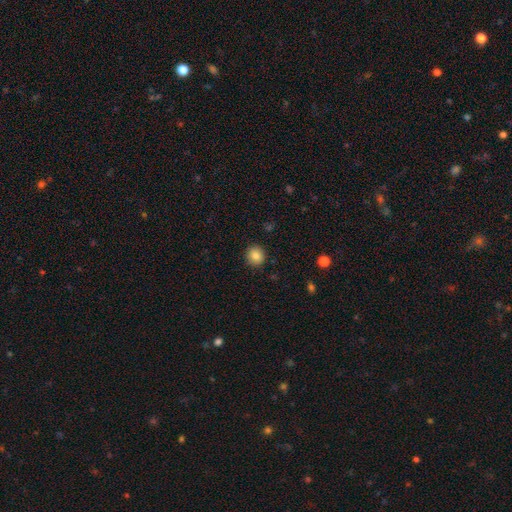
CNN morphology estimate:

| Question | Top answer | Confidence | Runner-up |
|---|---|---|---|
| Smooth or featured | smooth | 84% | star or artifact (10%) |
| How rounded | round | 87% | in between (12%) |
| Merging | none | 91% | minor disturbance (6%) |